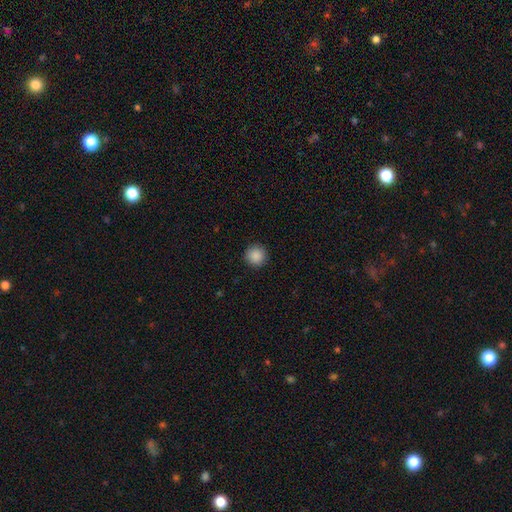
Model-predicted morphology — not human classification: Smooth or featured? Predicted: smooth (p=0.88). How rounded? Predicted: round (p=0.95). Merging? Predicted: none (p=0.92).